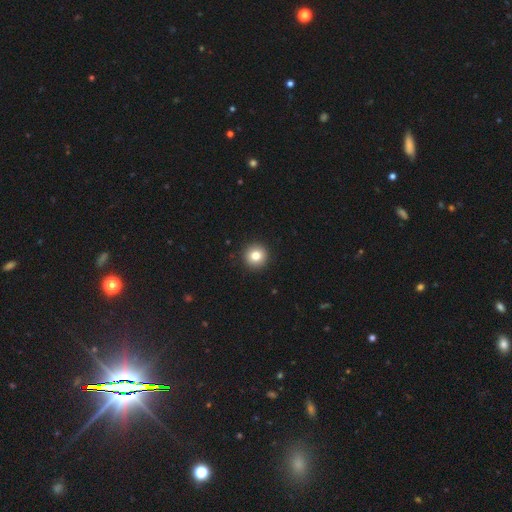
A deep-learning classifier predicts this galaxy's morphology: smooth_or_featured: smooth (p=0.81) [alt: star or artifact p=0.10]
how_rounded: round (p=0.95) [alt: in between p=0.04]
merging: none (p=0.93) [alt: minor disturbance p=0.04]